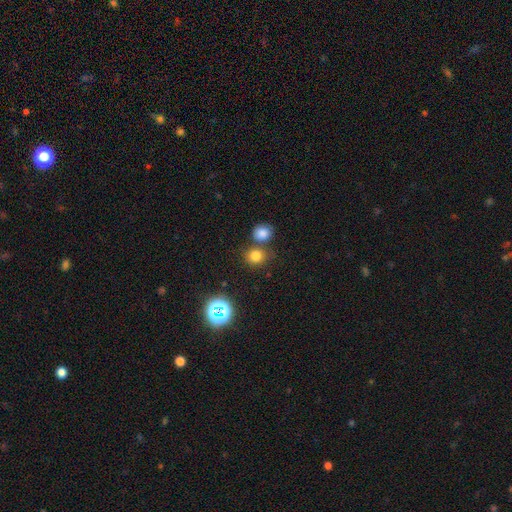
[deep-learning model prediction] Smooth or featured? Predicted: smooth (p=0.76). How rounded? Predicted: round (p=0.84). Merging? Predicted: none (p=0.66).